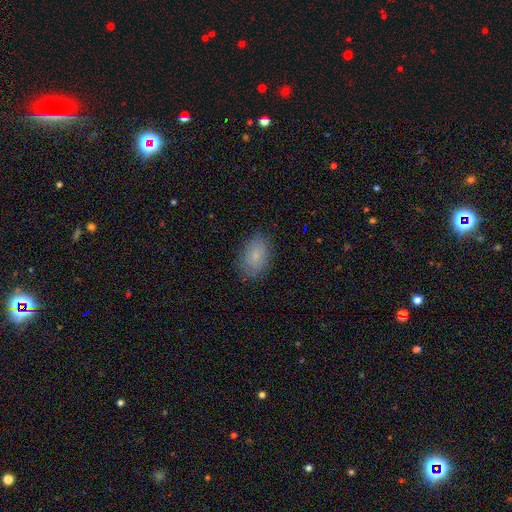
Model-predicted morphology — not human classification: The model was most divided on "smooth or featured": smooth: 78%, featured or disk: 13%, star or artifact: 8%. More confident: how rounded — in between (86%); merging — none (83%).